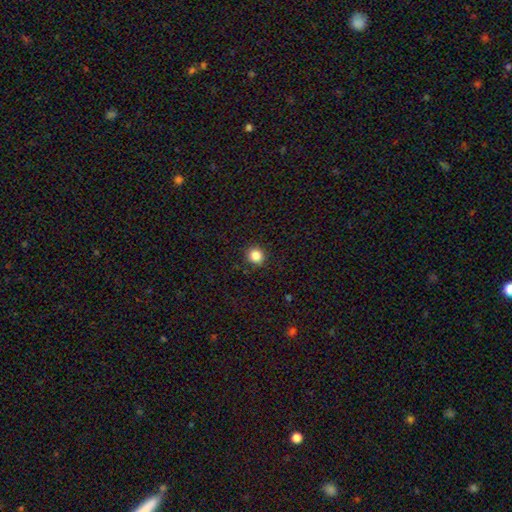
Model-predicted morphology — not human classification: Smooth or featured: smooth — 85% (star or artifact — 11%)
How rounded: round — 90% (in between — 9%)
Merging: none — 90% (minor disturbance — 7%)